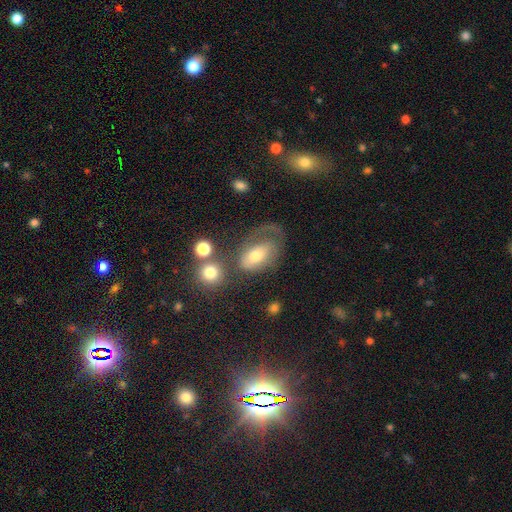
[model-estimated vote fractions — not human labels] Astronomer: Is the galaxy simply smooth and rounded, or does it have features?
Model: smooth — 50% (runner-up: featured or disk, 41%).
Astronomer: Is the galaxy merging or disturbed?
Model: major disturbance — 38% (runner-up: none, 31%).